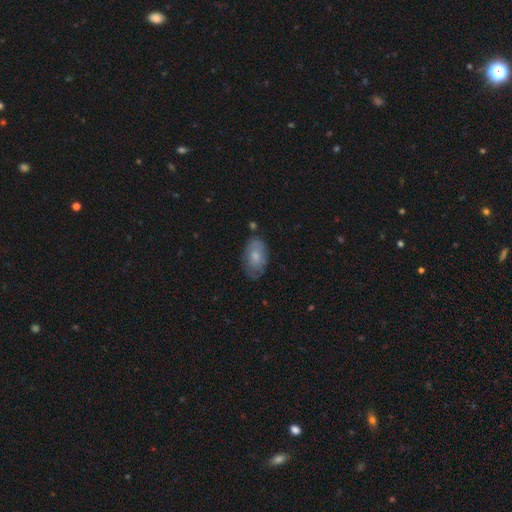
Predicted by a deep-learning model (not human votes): smooth 64%, featured or disk 29%, star or artifact 7%. Down the decision tree: how rounded — in between (92%); merging — none (65%).